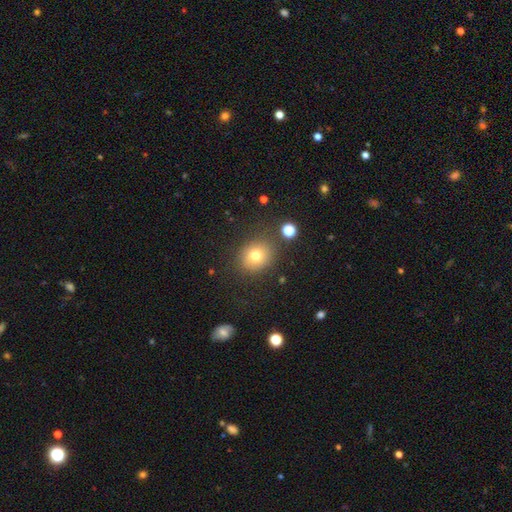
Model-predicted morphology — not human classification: smooth 74%, star or artifact 15%, featured or disk 11%. Down the decision tree: how rounded — round (74%); merging — none (82%).